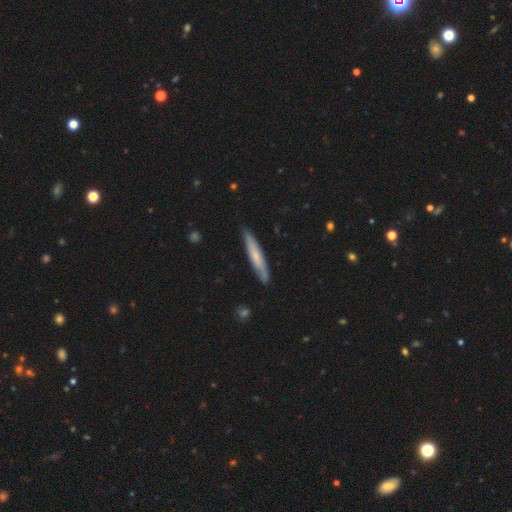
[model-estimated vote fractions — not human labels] A smooth galaxy with no disk features (55%) that is cigar-shaped (92%).

Vote fractions:
- Smooth or featured? smooth: 55% / featured or disk: 40% / star or artifact: 6%
- How rounded? cigar-shaped: 92% / in between: 6% / round: 1%
- Merging? none: 85% / minor disturbance: 12% / major disturbance: 2% / merger: 1%